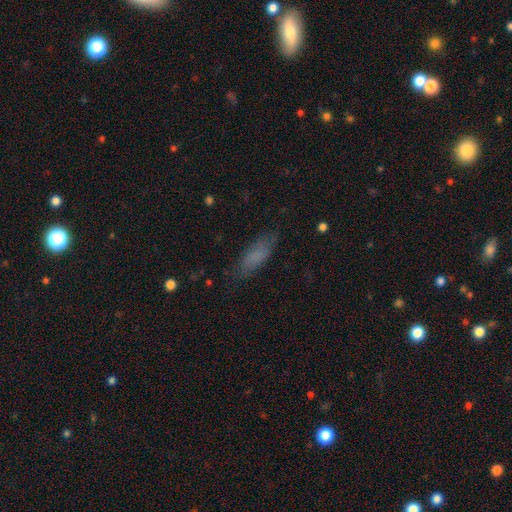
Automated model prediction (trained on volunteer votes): smooth_or_featured: smooth (p=0.75) [alt: featured or disk p=0.16]
how_rounded: in between (p=0.54) [alt: cigar-shaped p=0.44]
merging: none (p=0.75) [alt: minor disturbance p=0.18]